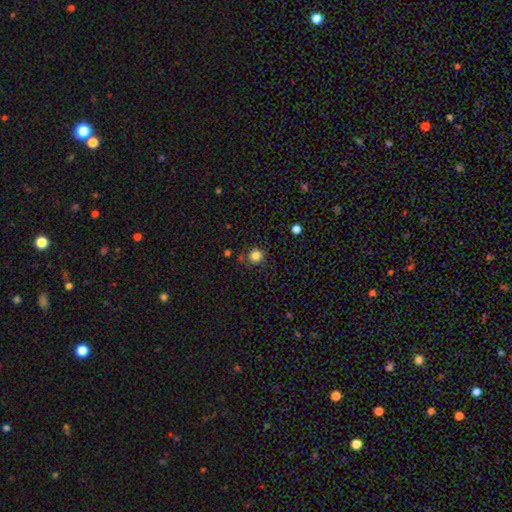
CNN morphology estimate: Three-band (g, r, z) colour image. It shows a smooth galaxy with no disk features (83%) that is round (93%). Merging: none (80%).